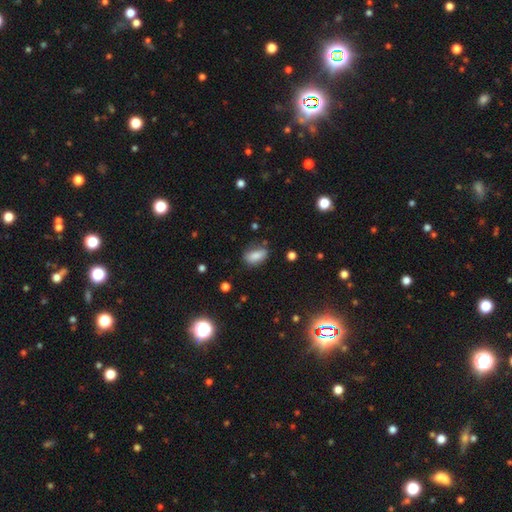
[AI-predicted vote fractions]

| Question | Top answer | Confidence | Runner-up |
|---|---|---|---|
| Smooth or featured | smooth | 82% | star or artifact (9%) |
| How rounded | in between | 87% | cigar-shaped (7%) |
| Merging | none | 72% | minor disturbance (20%) |